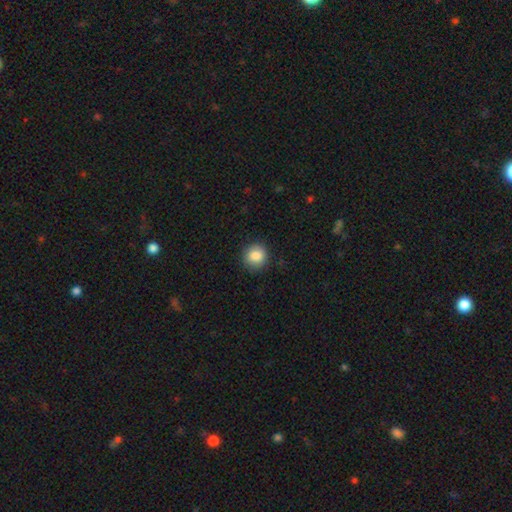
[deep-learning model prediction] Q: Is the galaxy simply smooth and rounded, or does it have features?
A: smooth — 86%.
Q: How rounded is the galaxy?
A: round — 88%.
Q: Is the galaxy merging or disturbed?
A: none — 89%.